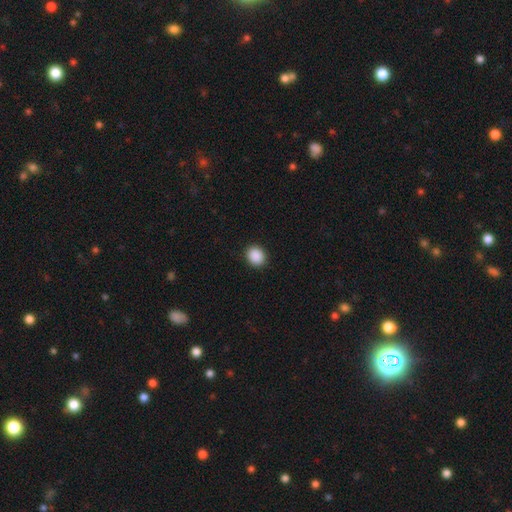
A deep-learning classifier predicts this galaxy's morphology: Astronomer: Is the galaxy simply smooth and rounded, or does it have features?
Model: smooth — 90%.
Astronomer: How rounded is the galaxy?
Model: round — 66%.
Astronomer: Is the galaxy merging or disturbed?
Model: none — 91%.